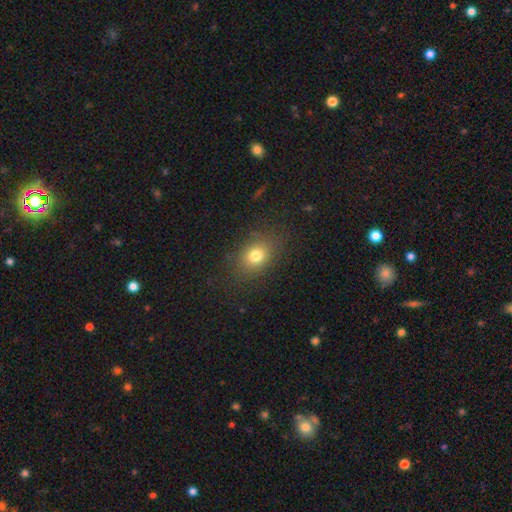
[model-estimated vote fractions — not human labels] Overall: smooth (76%). How rounded: in between (55%; round 44%). Merging: none (81%).